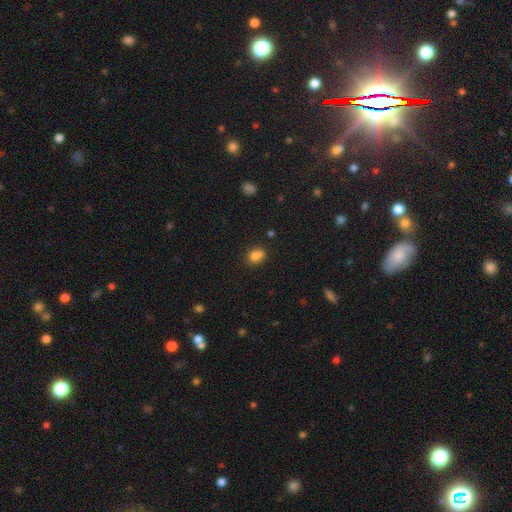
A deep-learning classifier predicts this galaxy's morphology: smooth-or-featured: smooth: 81% | star or artifact: 12% | featured or disk: 7%
  how-rounded: in between: 58% | round: 40% | cigar-shaped: 2%
  merging: none: 65% | minor disturbance: 19% | merger: 12% | major disturbance: 5%